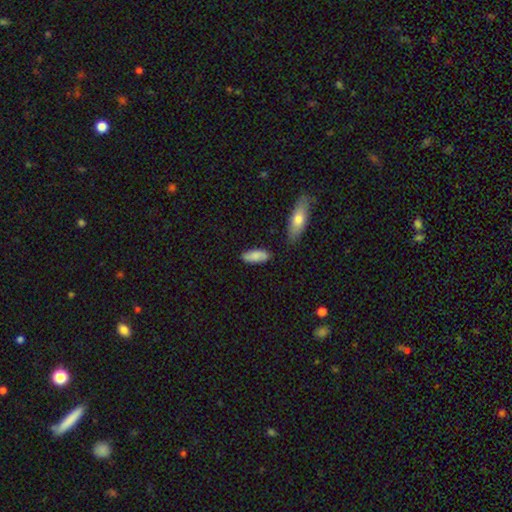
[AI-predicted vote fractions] A smooth galaxy with no disk features (82%) that is in between round and cigar-shaped (78%).

Vote fractions:
- Smooth or featured? smooth: 82% / featured or disk: 11% / star or artifact: 6%
- How rounded? in between: 78% / cigar-shaped: 20% / round: 2%
- Merging? none: 77% / minor disturbance: 16% / merger: 4% / major disturbance: 3%